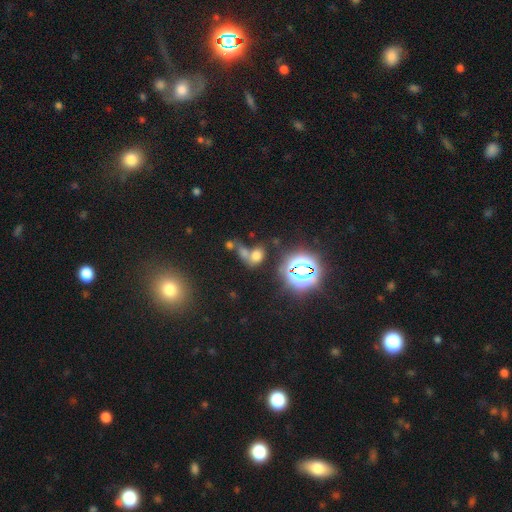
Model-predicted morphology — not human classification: This appears to be a smooth galaxy with no disk features (58%) that is in between round and cigar-shaped (64%). Merging: merger (43%).